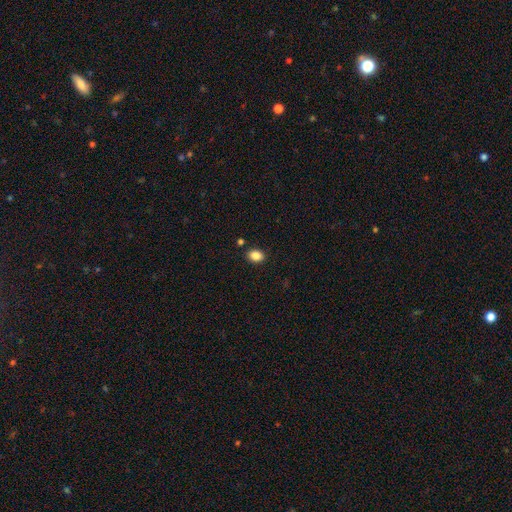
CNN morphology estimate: A smooth galaxy with no disk features (86%) that is in between round and cigar-shaped (67%).

Vote fractions:
- Smooth or featured? smooth: 86% / star or artifact: 10% / featured or disk: 5%
- How rounded? in between: 67% / round: 32% / cigar-shaped: 1%
- Merging? none: 86% / minor disturbance: 8% / merger: 3% / major disturbance: 2%